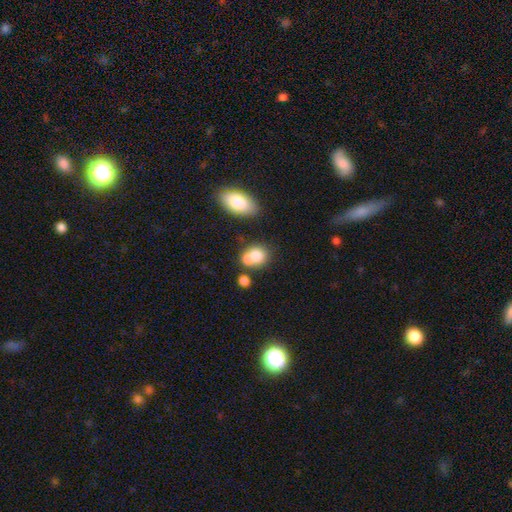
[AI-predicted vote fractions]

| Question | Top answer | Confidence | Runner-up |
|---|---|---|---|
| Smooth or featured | smooth | 76% | featured or disk (14%) |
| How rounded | round | 61% | in between (38%) |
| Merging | merger | 47% | none (37%) |